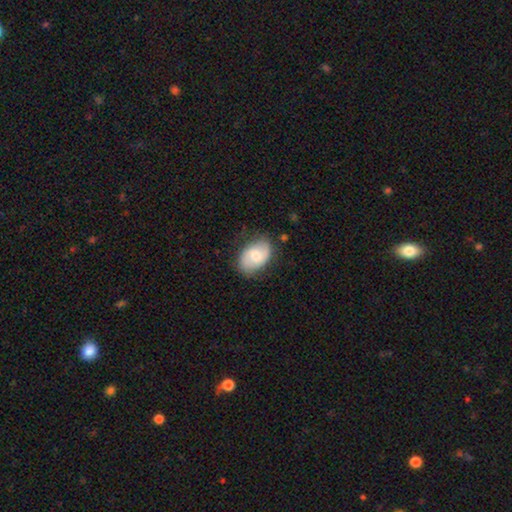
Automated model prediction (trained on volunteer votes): Overall: smooth (48%; featured or disk 45%). Merging: none (77%).